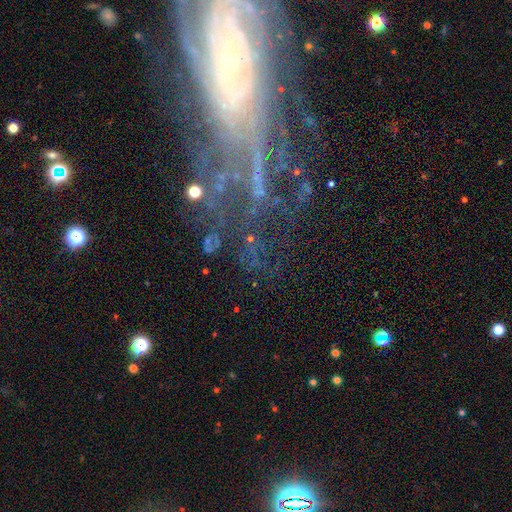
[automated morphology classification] featured or disk 55%, star or artifact 32%, smooth 13%. Down the decision tree: edge-on disk — no (92%); bar — no (64%); spiral arms — yes (58%); bulge size — none (46%); merging — none (51%).